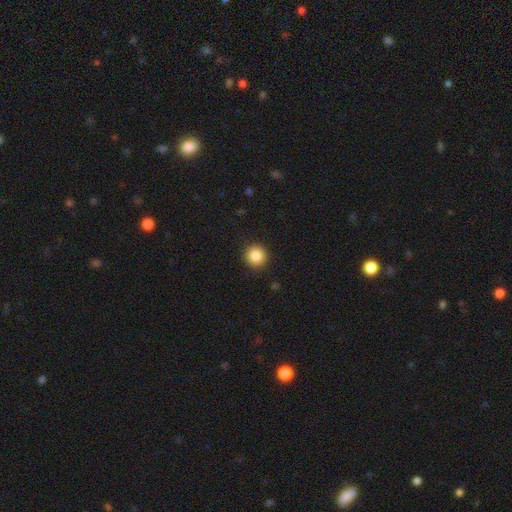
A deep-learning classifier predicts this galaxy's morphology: Smooth or featured? smooth (86%)
How rounded? round (94%)
Merging? none (92%)